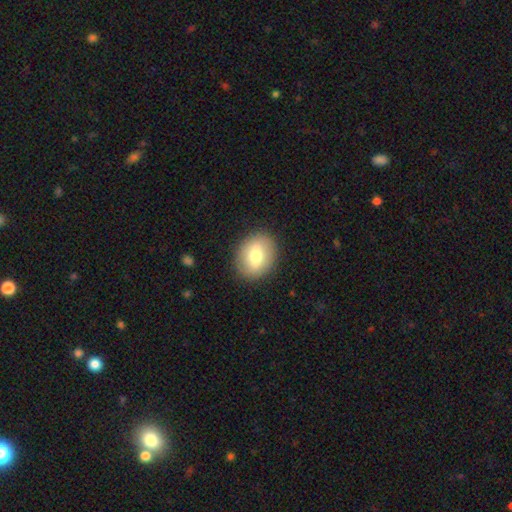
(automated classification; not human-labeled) This is likely a smooth galaxy (67%). How rounded: possibly round (52%). Merging: clearly none (87%).